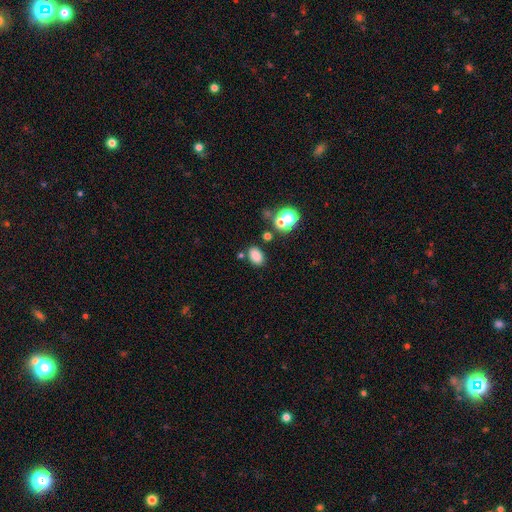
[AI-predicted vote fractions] Smooth or featured? smooth (80%)
How rounded? in between (82%)
Merging? none (78%)